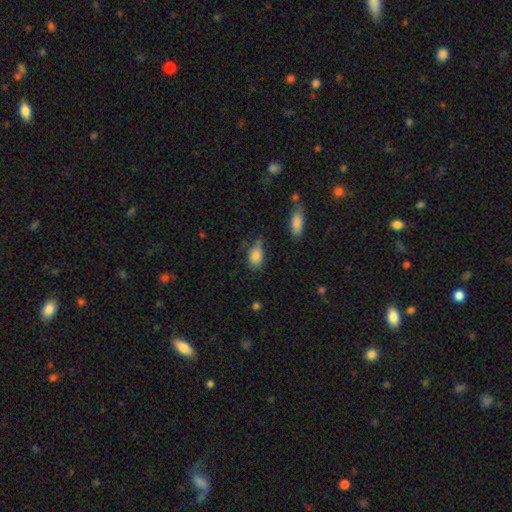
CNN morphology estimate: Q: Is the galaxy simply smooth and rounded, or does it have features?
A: smooth — 84%.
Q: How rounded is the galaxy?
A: in between — 82%.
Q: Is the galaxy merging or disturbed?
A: none — 51%.